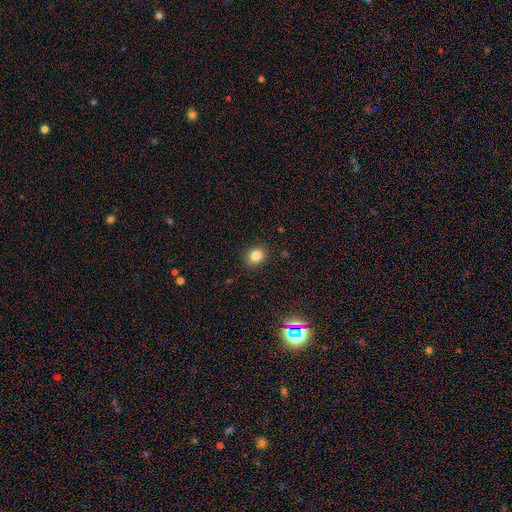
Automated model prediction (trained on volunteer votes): smooth 83%, star or artifact 12%, featured or disk 5%. Down the decision tree: how rounded — round (57%); merging — none (88%).